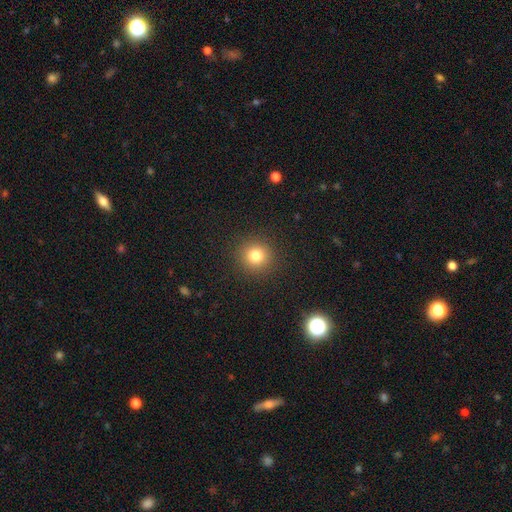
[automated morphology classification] Smooth or featured: smooth — 79% (star or artifact — 13%)
How rounded: round — 93% (in between — 6%)
Merging: none — 91% (minor disturbance — 6%)